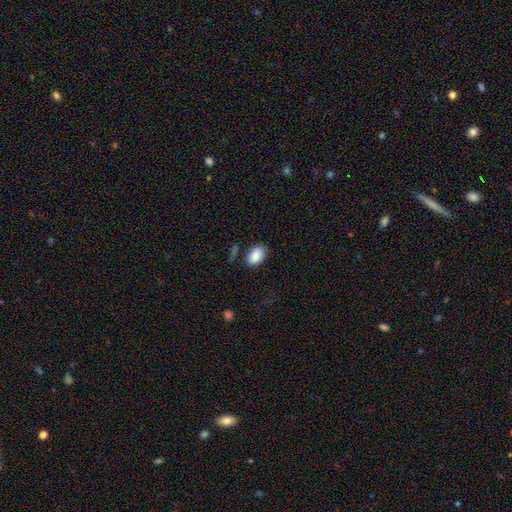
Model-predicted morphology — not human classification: Q: Smooth or featured?
A: smooth (88%); runner-up: star or artifact (7%)
Q: How rounded?
A: in between (88%); runner-up: round (10%)
Q: Merging?
A: none (77%); runner-up: minor disturbance (15%)